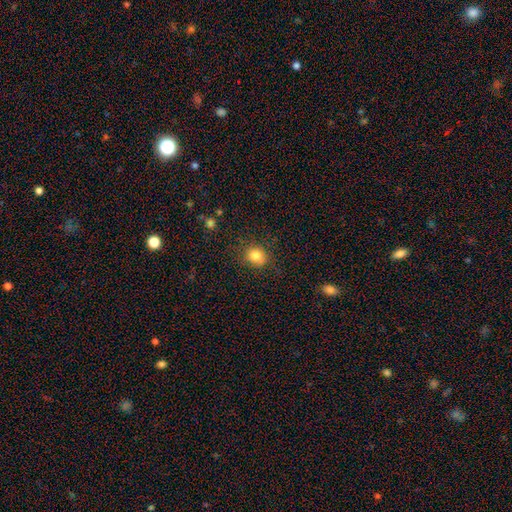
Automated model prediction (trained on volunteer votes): A smooth galaxy with no disk features (82%) that is round (73%). Merging: none (81%).